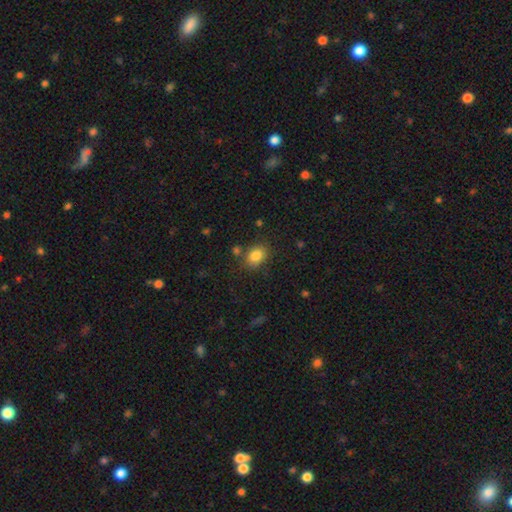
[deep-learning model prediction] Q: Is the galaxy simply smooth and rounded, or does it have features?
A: smooth — 83%.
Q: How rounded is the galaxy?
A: in between — 54%.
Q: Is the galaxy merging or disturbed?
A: none — 75%.